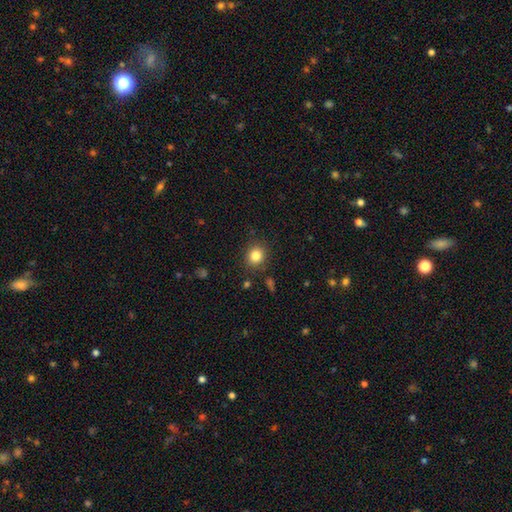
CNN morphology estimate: smooth 83%, star or artifact 11%, featured or disk 6%. Down the decision tree: how rounded — round (77%); merging — none (86%).